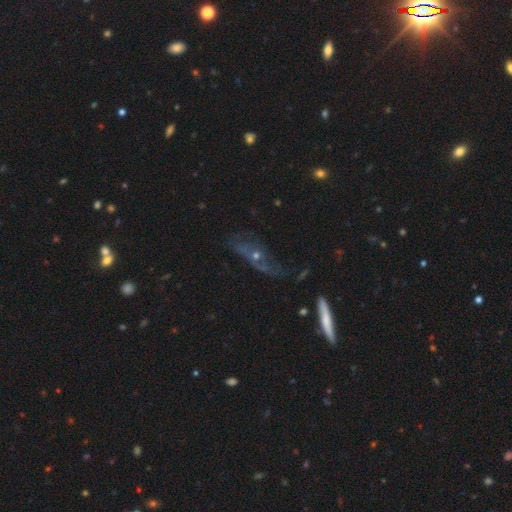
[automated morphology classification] Q: Smooth or featured?
A: featured or disk (59%); runner-up: smooth (25%)
Q: Edge-on disk?
A: no (59%); runner-up: yes (41%)
Q: Merging?
A: none (54%); runner-up: minor disturbance (22%)